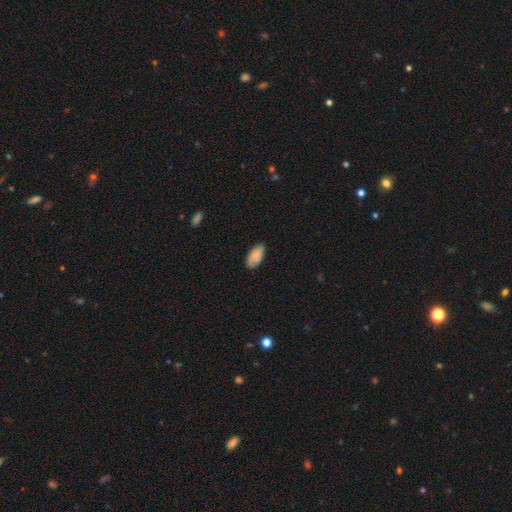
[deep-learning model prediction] A smooth galaxy with no disk features (75%) that is in between round and cigar-shaped (93%). Merging: none (76%).